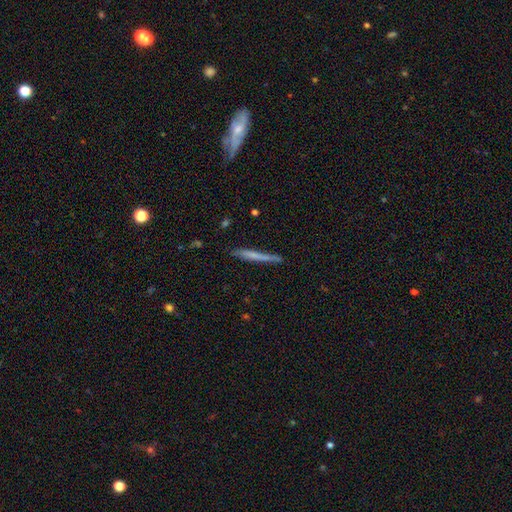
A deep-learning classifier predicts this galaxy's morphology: smooth_or_featured: smooth (p=0.58) [alt: featured or disk p=0.36]
how_rounded: cigar-shaped (p=0.96) [alt: in between p=0.02]
merging: none (p=0.83) [alt: minor disturbance p=0.13]